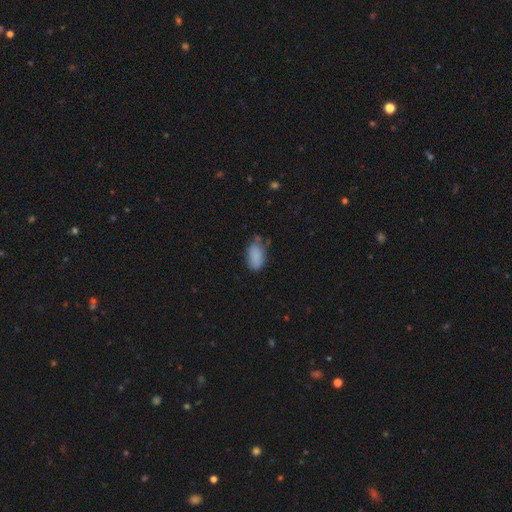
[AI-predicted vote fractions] Smooth or featured?
  - smooth: 85% *
  - star or artifact: 8%
  - featured or disk: 7%
How rounded?
  - in between: 91% *
  - round: 7%
  - cigar-shaped: 2%
Merging?
  - none: 57% *
  - minor disturbance: 31%
  - major disturbance: 8%
  - merger: 4%